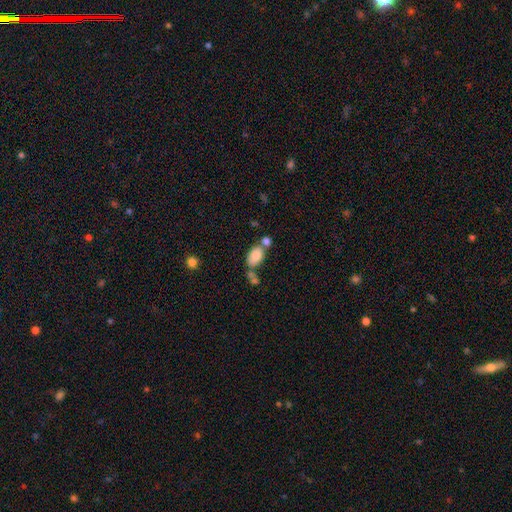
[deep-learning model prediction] This is clearly a smooth galaxy (81%). How rounded: clearly in between (90%). Merging: possibly none (46%).